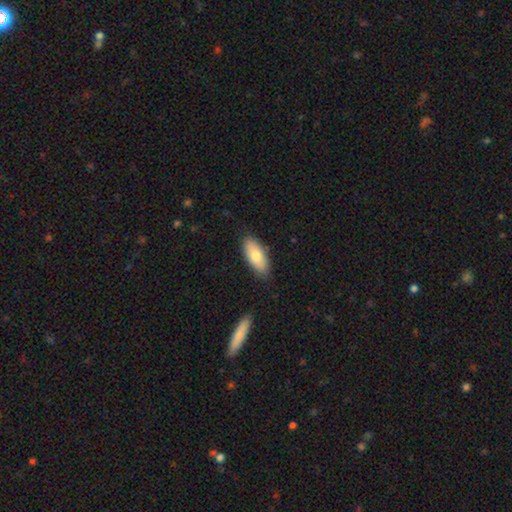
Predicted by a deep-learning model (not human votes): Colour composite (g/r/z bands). It shows a smooth galaxy with no disk features (77%) that is in between round and cigar-shaped (87%). Merging: none (84%).